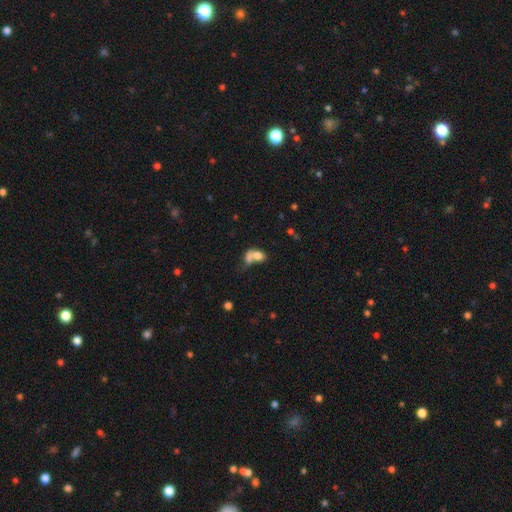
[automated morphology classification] Smooth or featured? Predicted: smooth (p=0.72). How rounded? Predicted: in between (p=0.70). Merging? Predicted: merger (p=0.66).